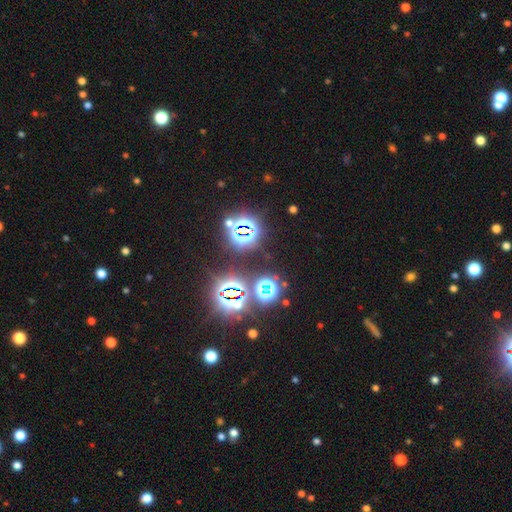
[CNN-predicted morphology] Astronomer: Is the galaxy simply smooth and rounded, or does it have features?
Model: star or artifact — 82%.